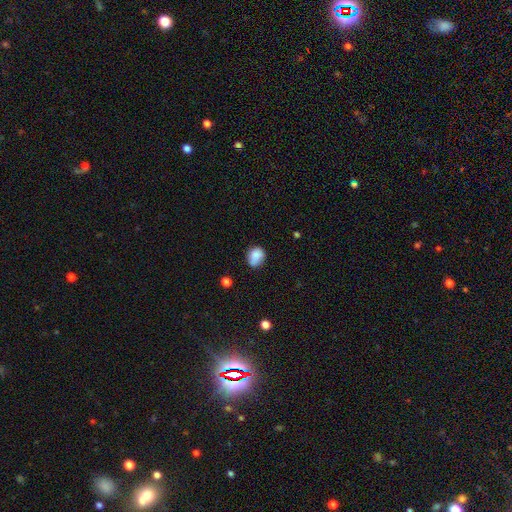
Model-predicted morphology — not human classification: smooth_or_featured: smooth (p=0.84) [alt: star or artifact p=0.09]
how_rounded: round (p=0.50) [alt: in between p=0.49]
merging: none (p=0.62) [alt: minor disturbance p=0.27]